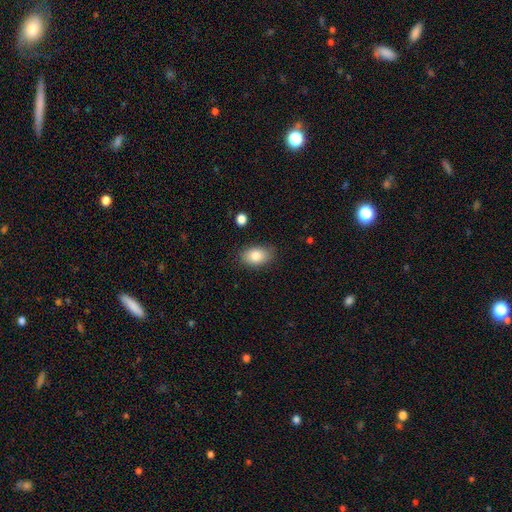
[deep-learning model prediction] smooth-or-featured: smooth: 82% | featured or disk: 10% | star or artifact: 8%
  how-rounded: in between: 86% | round: 12% | cigar-shaped: 1%
  merging: none: 82% | minor disturbance: 14% | major disturbance: 3% | merger: 2%